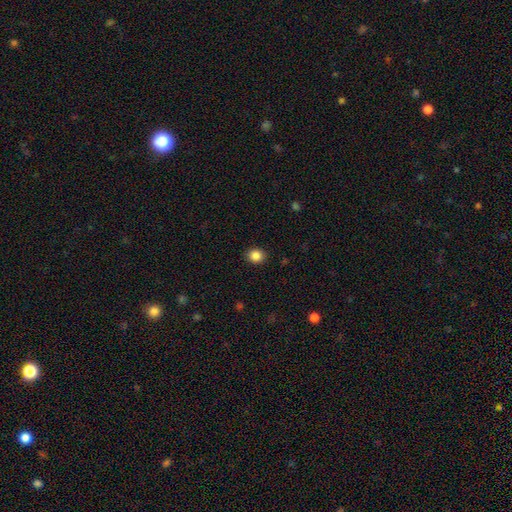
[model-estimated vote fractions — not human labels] Smooth or featured: smooth — 86% (star or artifact — 10%)
How rounded: round — 70% (in between — 30%)
Merging: none — 91% (minor disturbance — 7%)